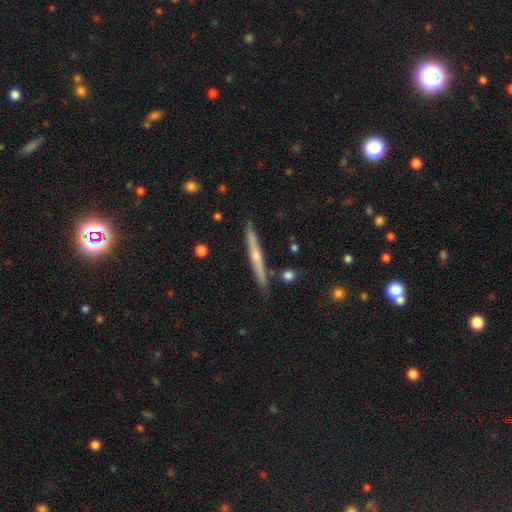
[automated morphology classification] Smooth or featured: featured or disk — 66% (smooth — 28%)
Edge-on disk: yes — 97% (no — 3%)
Edge-on bulge: rounded — 68% (none — 28%)
Merging: none — 86% (minor disturbance — 10%)